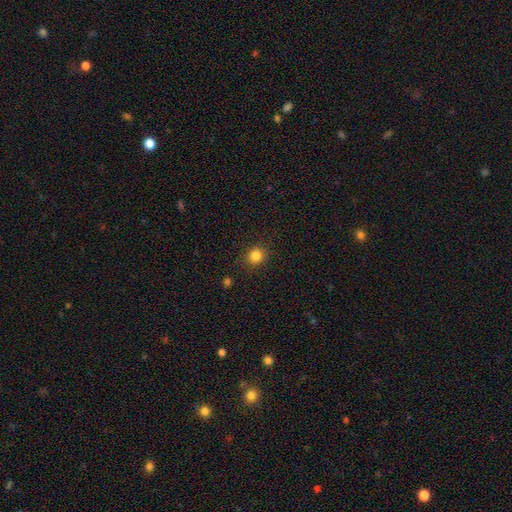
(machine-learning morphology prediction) smooth-or-featured: smooth: 84% | star or artifact: 12% | featured or disk: 4%
  how-rounded: round: 84% | in between: 15% | cigar-shaped: 1%
  merging: none: 88% | minor disturbance: 8% | major disturbance: 3% | merger: 1%